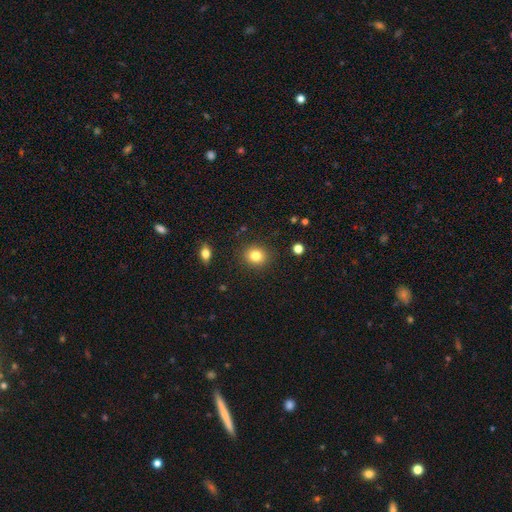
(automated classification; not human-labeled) The model was most divided on "how rounded": round: 74%, in between: 25%, cigar-shaped: 1%. More confident: merging — none (88%); smooth or featured — smooth (82%).